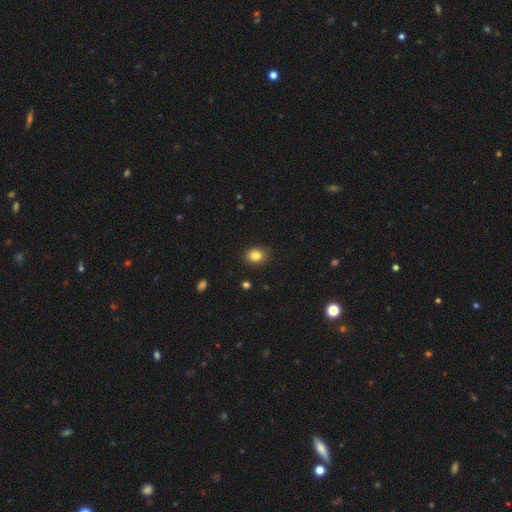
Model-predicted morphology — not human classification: Smooth or featured? Predicted: smooth (p=0.83). How rounded? Predicted: in between (p=0.50). Merging? Predicted: none (p=0.86).